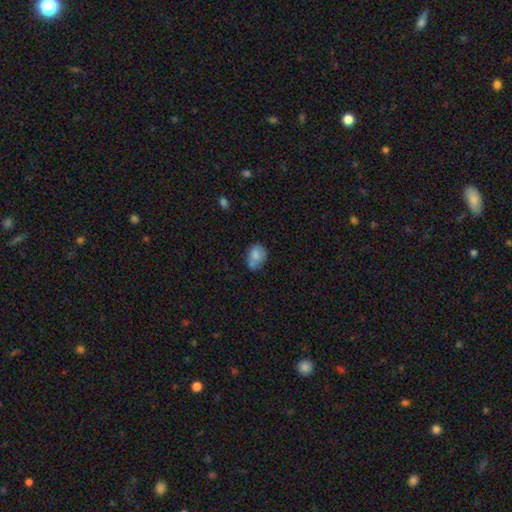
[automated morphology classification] Smooth or featured? Predicted: smooth (p=0.74). How rounded? Predicted: in between (p=0.67). Merging? Predicted: none (p=0.42).